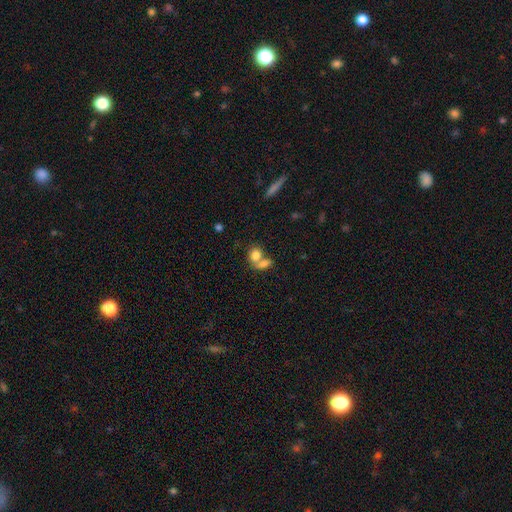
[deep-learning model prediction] A smooth galaxy with no disk features (80%) that is in between round and cigar-shaped (49%).

Vote fractions:
- Smooth or featured? smooth: 80% / featured or disk: 11% / star or artifact: 9%
- How rounded? in between: 49% / round: 48% / cigar-shaped: 3%
- Merging? merger: 56% / none: 31% / minor disturbance: 8% / major disturbance: 5%